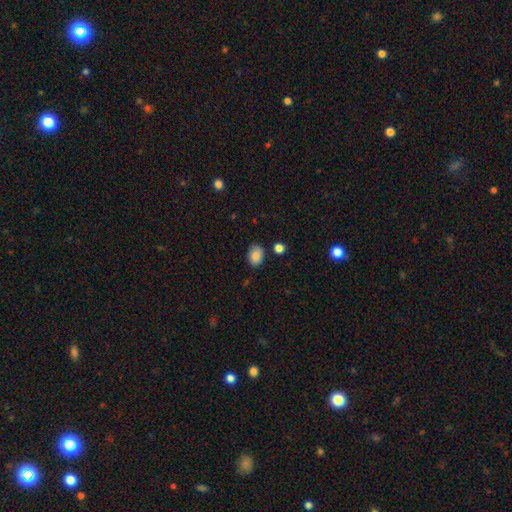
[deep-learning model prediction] Morphology: type=smooth (83%); roundness=in between (71%); merging=none (83%).